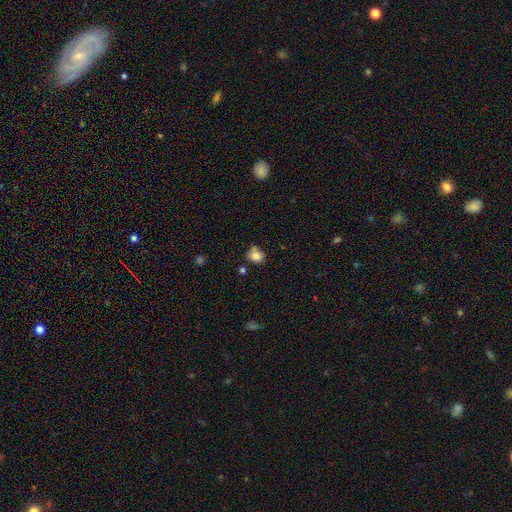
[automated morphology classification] smooth-or-featured: smooth: 80% | star or artifact: 11% | featured or disk: 9%
  how-rounded: round: 58% | in between: 41% | cigar-shaped: 1%
  merging: none: 53% | minor disturbance: 25% | merger: 15% | major disturbance: 8%